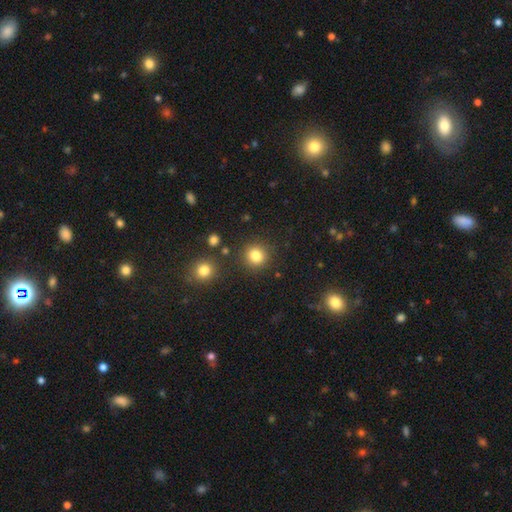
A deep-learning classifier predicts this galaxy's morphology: Smooth or featured? smooth (83%)
How rounded? round (90%)
Merging? none (86%)